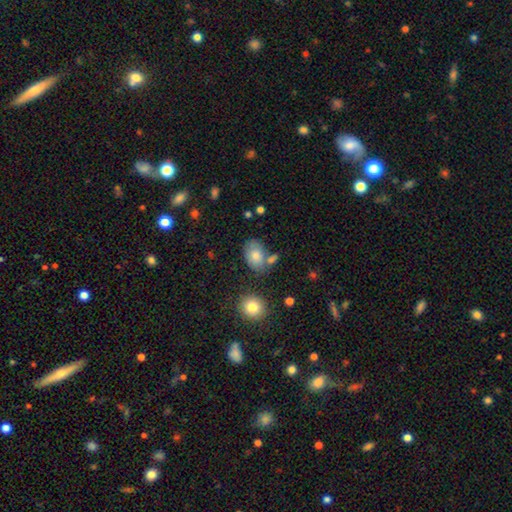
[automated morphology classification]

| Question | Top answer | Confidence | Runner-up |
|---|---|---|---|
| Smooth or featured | smooth | 78% | featured or disk (13%) |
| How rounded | in between | 80% | round (19%) |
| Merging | none | 61% | minor disturbance (19%) |